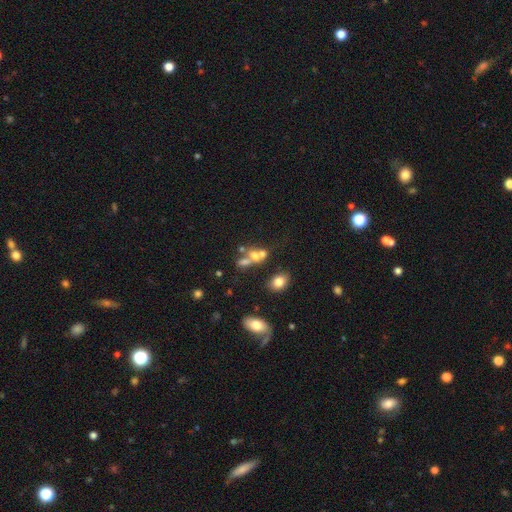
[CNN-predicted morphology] Overall: smooth (56%; featured or disk 28%). How rounded: in between (51%; round 44%). Merging: merger (56%; none 28%).